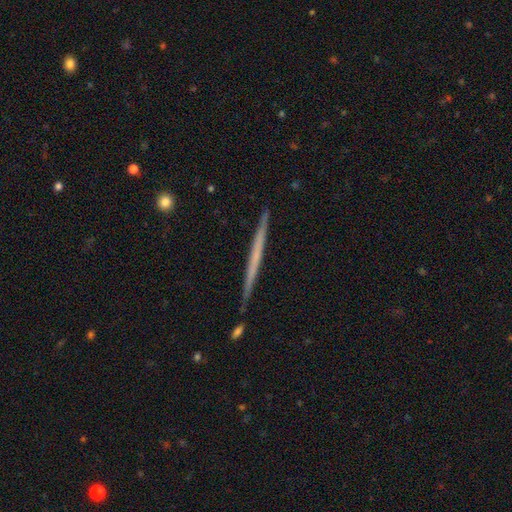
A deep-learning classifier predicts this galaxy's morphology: smooth_or_featured: featured or disk (p=0.55) [alt: smooth p=0.39]
disk_edge_on: yes (p=0.98) [alt: no p=0.02]
edge_on_bulge: none (p=0.92) [alt: rounded p=0.05]
merging: none (p=0.90) [alt: minor disturbance p=0.07]